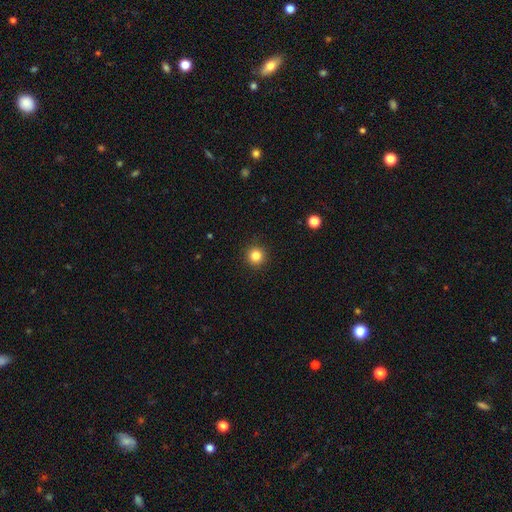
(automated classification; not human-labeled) smooth 83%, star or artifact 12%, featured or disk 5%. Down the decision tree: how rounded — round (95%); merging — none (92%).